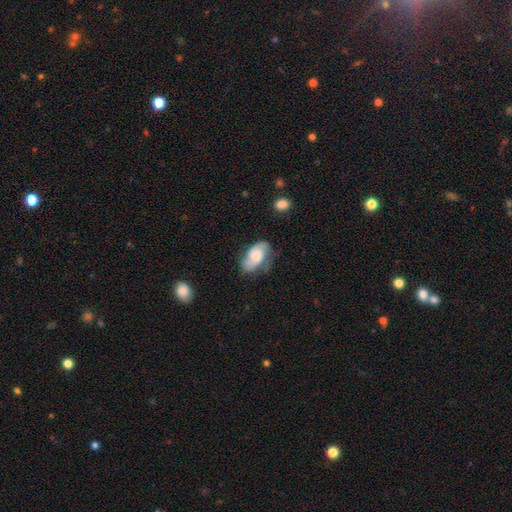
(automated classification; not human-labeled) featured or disk 50%, smooth 43%, star or artifact 8%. Down the decision tree: merging — none (52%).